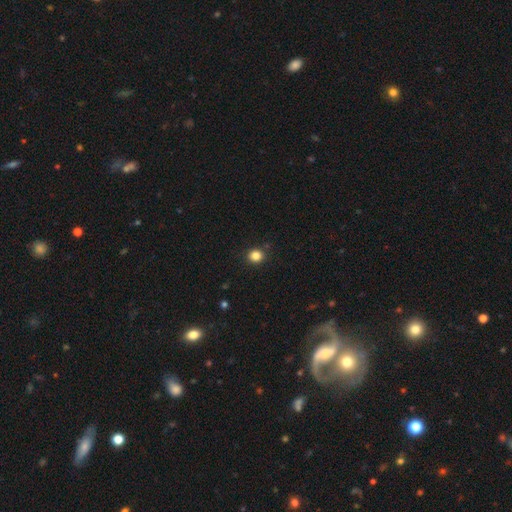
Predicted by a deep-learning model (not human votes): Smooth or featured? Predicted: smooth (p=0.84). How rounded? Predicted: round (p=0.85). Merging? Predicted: none (p=0.90).